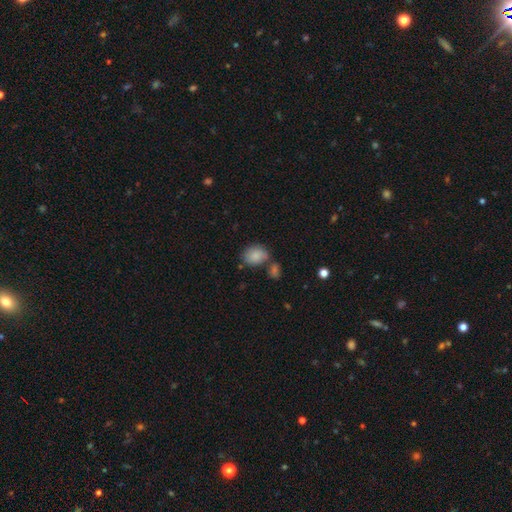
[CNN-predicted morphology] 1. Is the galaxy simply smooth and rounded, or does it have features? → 85% smooth, 8% star or artifact, 7% featured or disk.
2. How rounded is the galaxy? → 61% in between, 38% round, 1% cigar-shaped.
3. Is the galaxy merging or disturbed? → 55% none, 21% merger, 18% minor disturbance, 6% major disturbance.